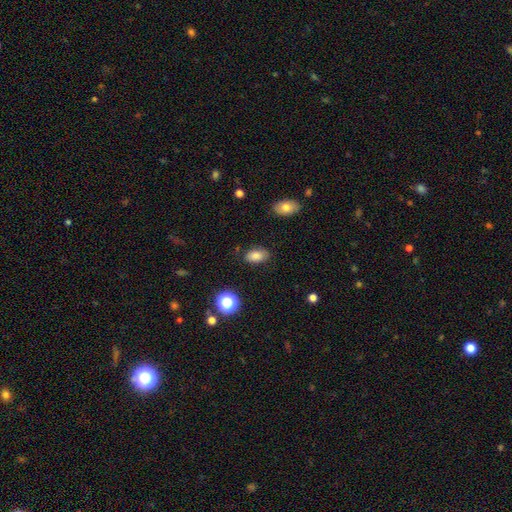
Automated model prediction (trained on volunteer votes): This appears to be a smooth galaxy with no disk features (83%) that is in between round and cigar-shaped (91%). Merging: none (84%).